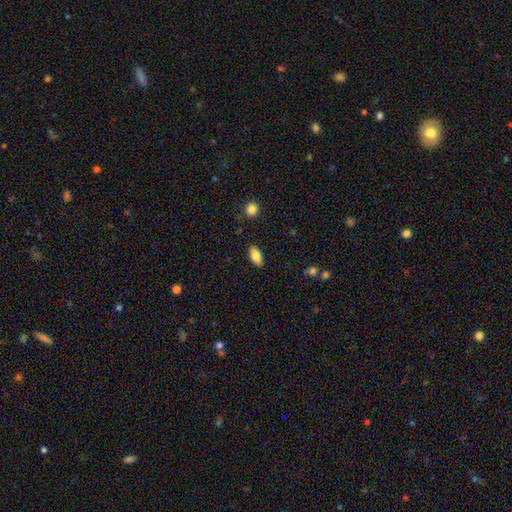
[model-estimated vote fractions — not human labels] Smooth or featured? smooth (84%)
How rounded? in between (89%)
Merging? none (87%)